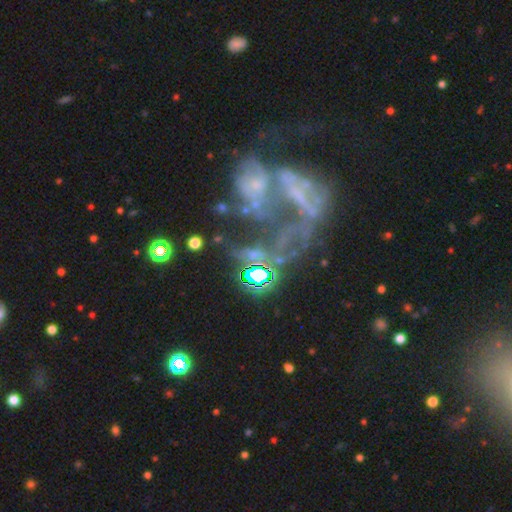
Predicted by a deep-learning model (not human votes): The model was most divided on "smooth or featured": star or artifact: 50%, featured or disk: 30%, smooth: 20%.